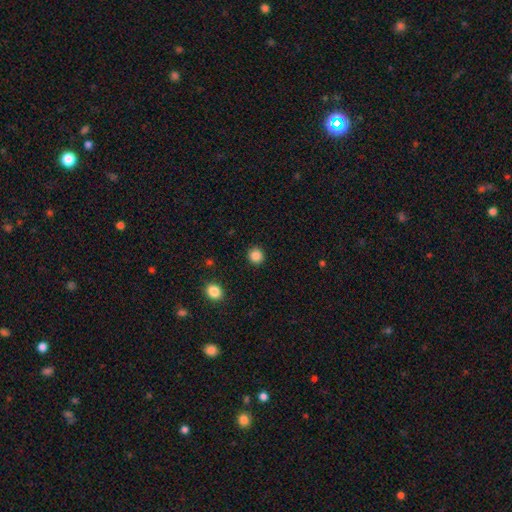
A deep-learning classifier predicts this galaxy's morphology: smooth 86%, star or artifact 11%, featured or disk 4%. Down the decision tree: how rounded — round (91%); merging — none (92%).